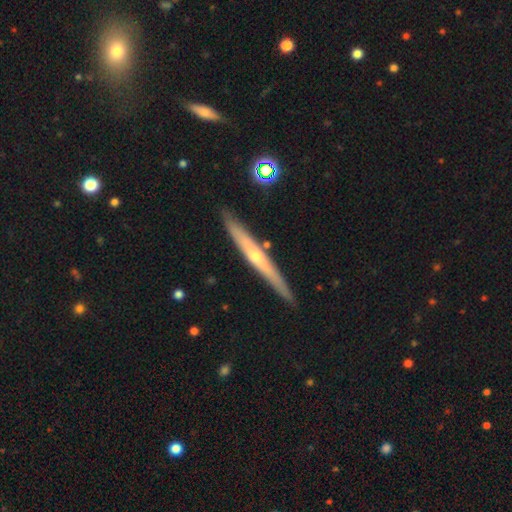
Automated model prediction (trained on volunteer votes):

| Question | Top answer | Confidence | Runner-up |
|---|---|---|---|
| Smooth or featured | featured or disk | 74% | smooth (20%) |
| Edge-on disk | yes | 97% | no (3%) |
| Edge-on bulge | rounded | 74% | none (23%) |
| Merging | none | 89% | minor disturbance (7%) |